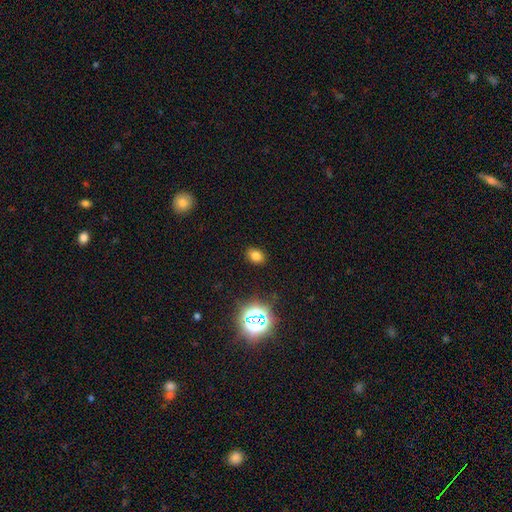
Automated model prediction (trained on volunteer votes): This is likely a smooth galaxy (75%). How rounded: likely in between (71%). Merging: clearly none (87%).